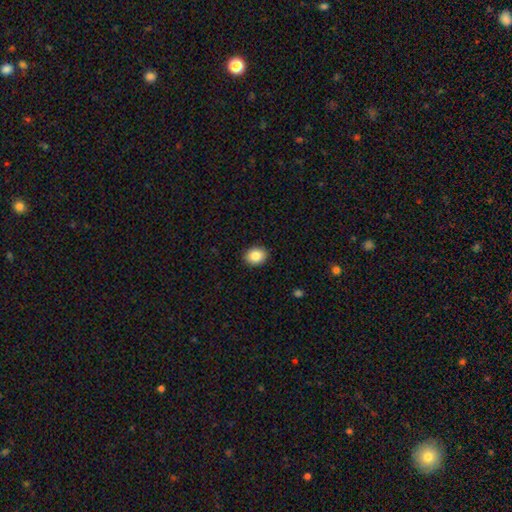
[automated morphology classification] smooth_or_featured: smooth (p=0.85) [alt: star or artifact p=0.09]
how_rounded: round (p=0.55) [alt: in between p=0.44]
merging: none (p=0.91) [alt: minor disturbance p=0.07]